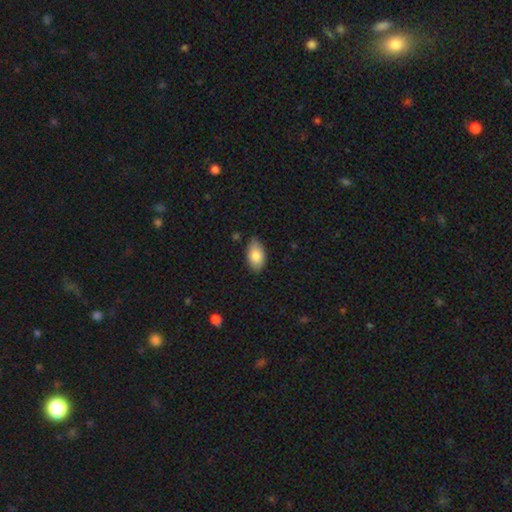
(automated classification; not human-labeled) This appears to be a smooth galaxy with no disk features (84%) that is in between round and cigar-shaped (93%). Merging: none (81%).